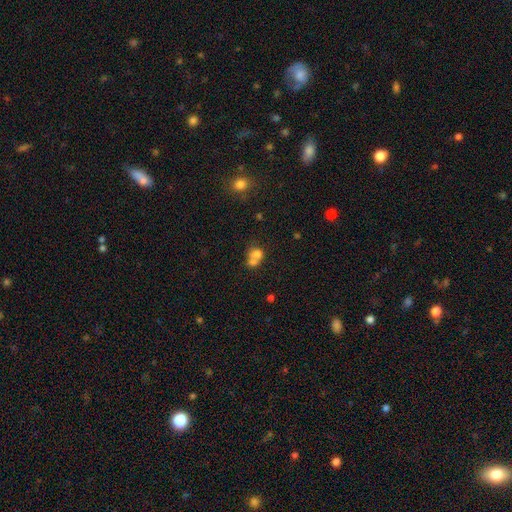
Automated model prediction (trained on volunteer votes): Smooth or featured? smooth (68%)
How rounded? round (64%)
Merging? merger (63%)